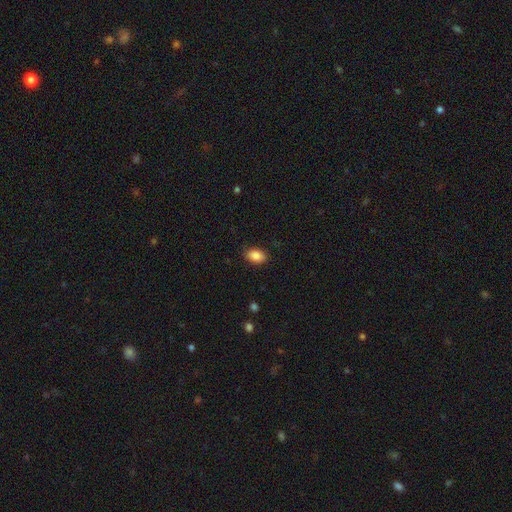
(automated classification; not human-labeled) A smooth galaxy with no disk features (88%) that is in between round and cigar-shaped (87%). Merging: none (87%).